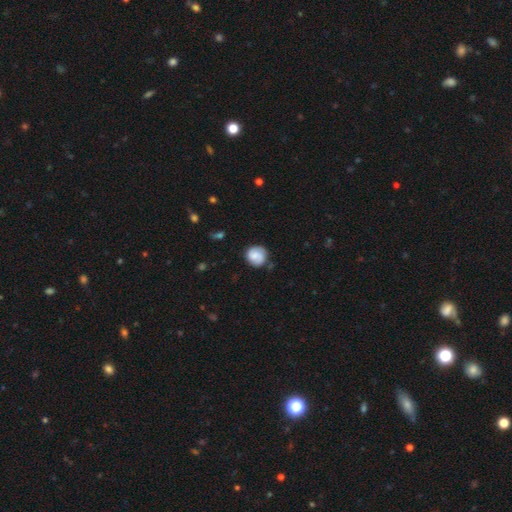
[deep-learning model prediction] Smooth or featured?
  - smooth: 57% *
  - featured or disk: 35%
  - star or artifact: 8%
How rounded?
  - round: 85% *
  - in between: 14%
  - cigar-shaped: 1%
Merging?
  - none: 73% *
  - minor disturbance: 19%
  - major disturbance: 6%
  - merger: 2%